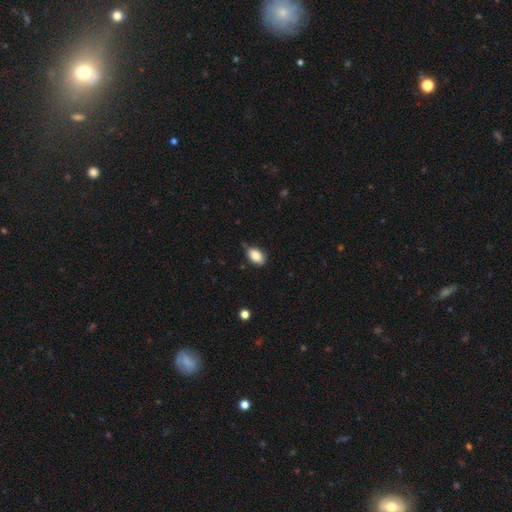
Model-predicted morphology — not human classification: smooth 86%, star or artifact 8%, featured or disk 6%. Down the decision tree: how rounded — in between (88%); merging — none (77%).